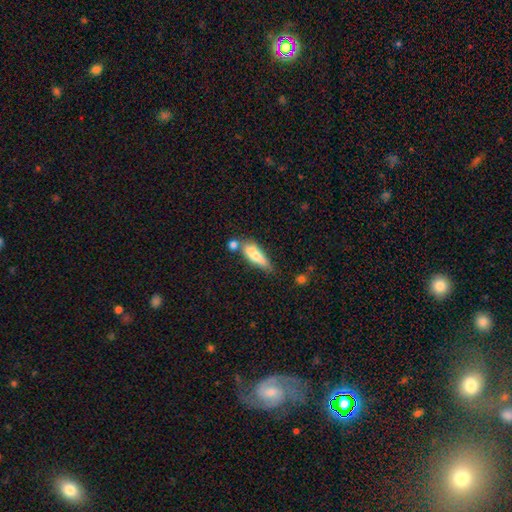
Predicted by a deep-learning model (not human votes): smooth 68%, featured or disk 25%, star or artifact 7%. Down the decision tree: how rounded — cigar-shaped (51%); merging — none (49%).